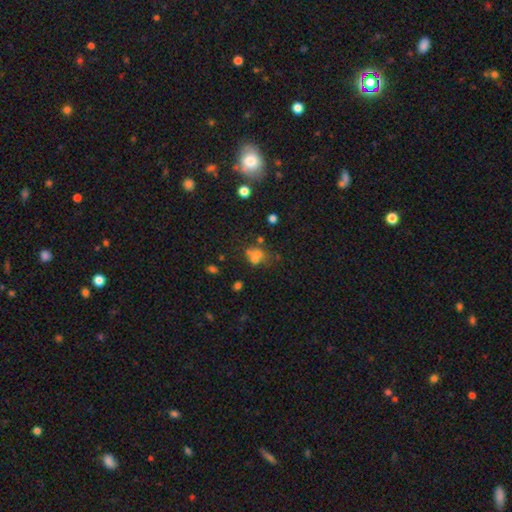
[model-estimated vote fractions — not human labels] Q: Smooth or featured?
A: smooth (53%); runner-up: featured or disk (25%)
Q: How rounded?
A: round (54%); runner-up: in between (44%)
Q: Merging?
A: merger (40%); runner-up: none (33%)